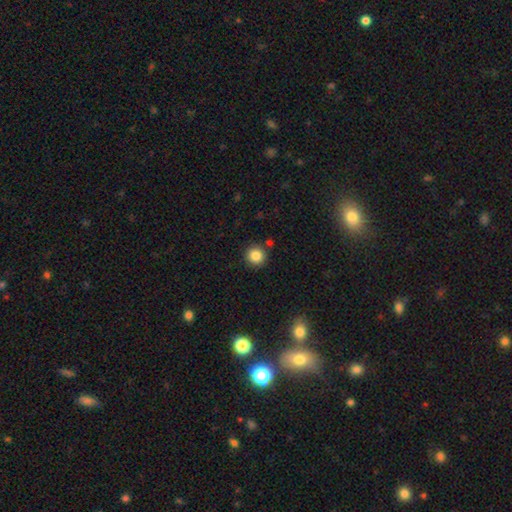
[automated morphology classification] A smooth galaxy with no disk features (85%) that is round (94%). Merging: none (88%).